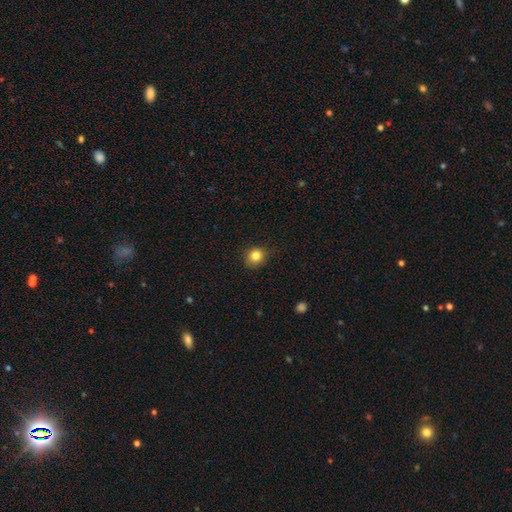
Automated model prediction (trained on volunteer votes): Smooth or featured? smooth (83%)
How rounded? round (85%)
Merging? none (84%)